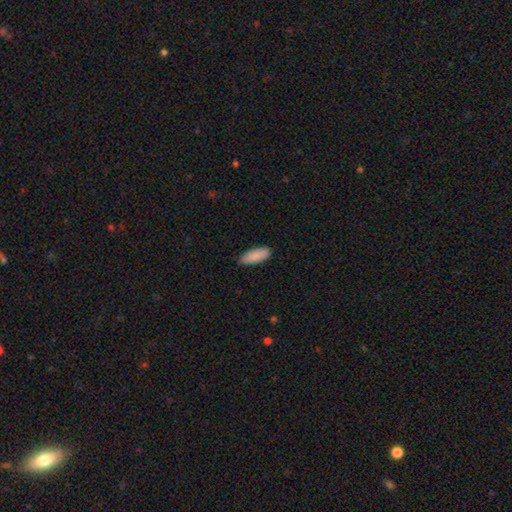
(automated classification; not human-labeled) Morphology: type=smooth (88%); roundness=in between (74%); merging=none (85%).